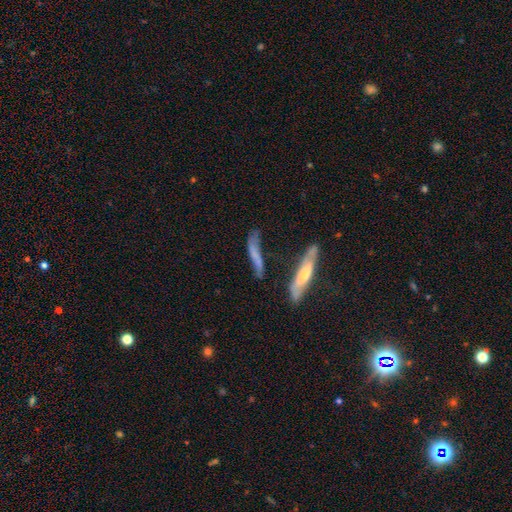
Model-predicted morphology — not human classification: Smooth or featured? smooth (48%)
Merging? none (51%)